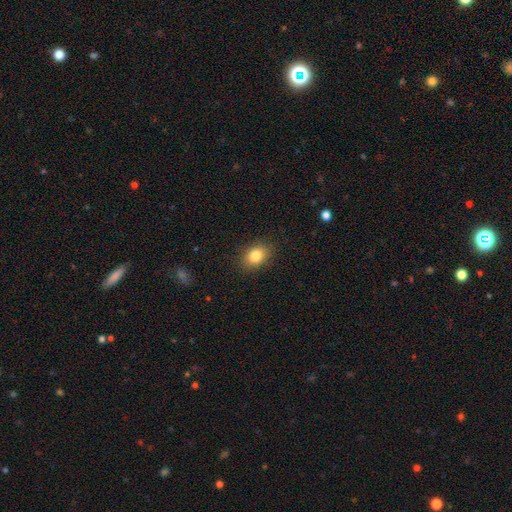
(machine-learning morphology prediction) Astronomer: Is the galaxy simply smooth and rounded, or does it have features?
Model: smooth — 82%.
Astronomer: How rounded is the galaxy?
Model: in between — 74%.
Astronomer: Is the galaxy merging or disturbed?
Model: none — 87%.